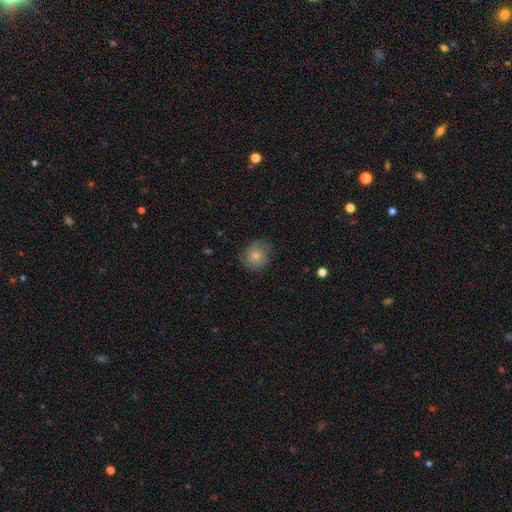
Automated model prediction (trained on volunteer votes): This is likely a smooth galaxy (69%). How rounded: clearly round (83%). Merging: likely none (73%).